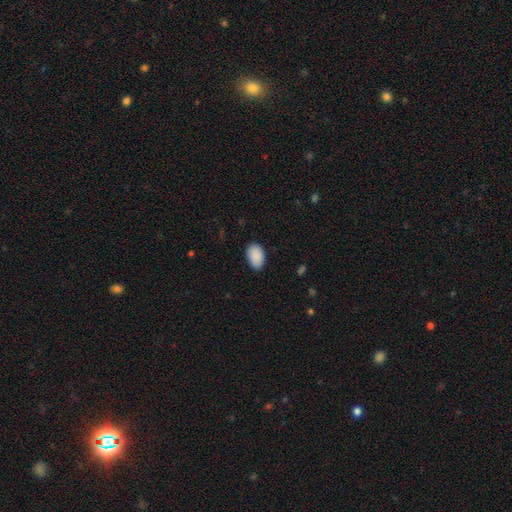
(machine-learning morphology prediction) This appears to be a smooth galaxy with no disk features (91%) that is in between round and cigar-shaped (91%). Merging: none (86%).